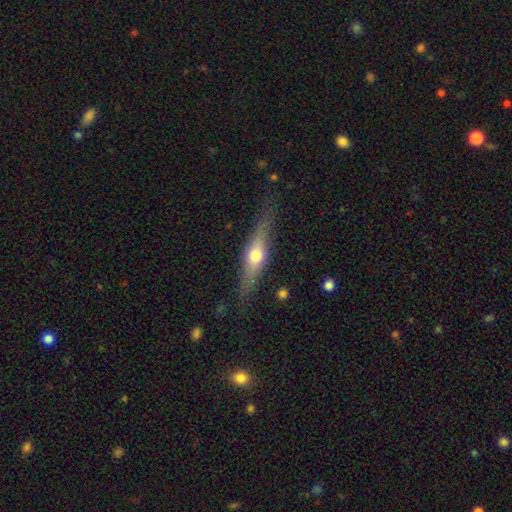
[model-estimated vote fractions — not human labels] This appears to be a featured or disk galaxy (57%) viewed edge-on (88%). Merging: none (78%).